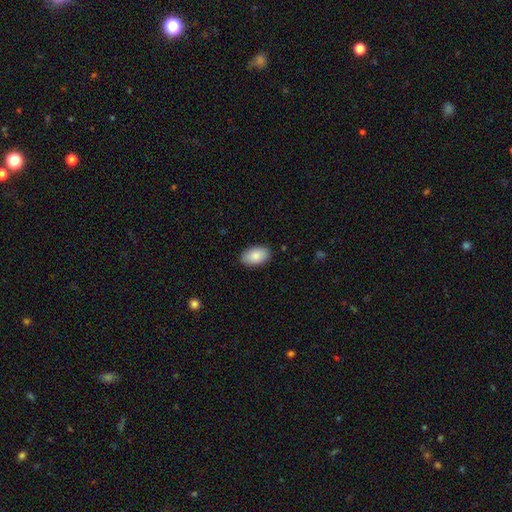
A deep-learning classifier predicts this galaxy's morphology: Smooth or featured? smooth (86%)
How rounded? in between (94%)
Merging? none (89%)